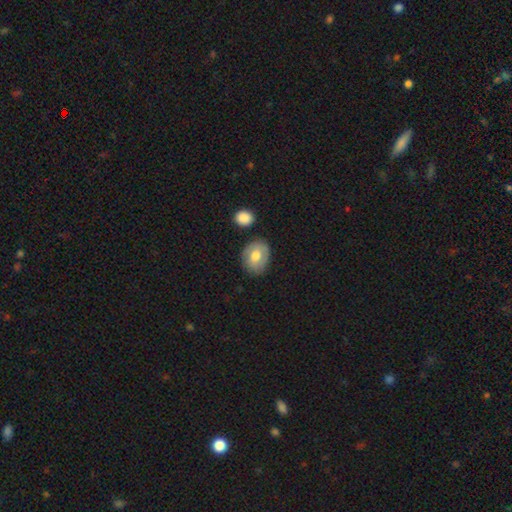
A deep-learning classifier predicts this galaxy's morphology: Smooth or featured?
  - smooth: 68% *
  - featured or disk: 25%
  - star or artifact: 7%
How rounded?
  - in between: 59% *
  - round: 40%
  - cigar-shaped: 1%
Merging?
  - none: 76% *
  - minor disturbance: 16%
  - merger: 4%
  - major disturbance: 4%